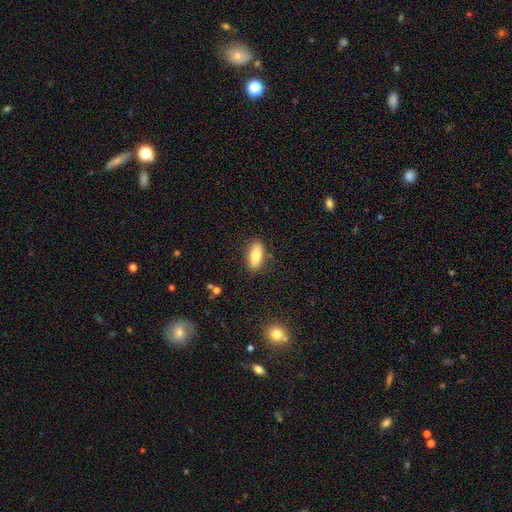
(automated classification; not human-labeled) Smooth or featured: smooth — 80% (featured or disk — 13%)
How rounded: in between — 85% (cigar-shaped — 12%)
Merging: none — 85% (minor disturbance — 10%)